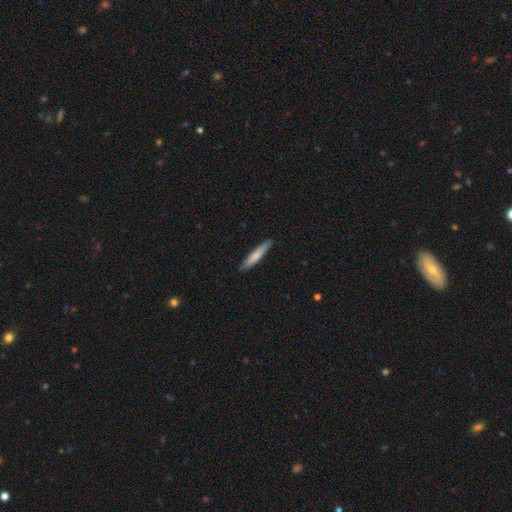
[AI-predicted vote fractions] The model was most divided on "smooth or featured": smooth: 76%, featured or disk: 19%, star or artifact: 5%. More confident: how rounded — cigar-shaped (91%); merging — none (89%).